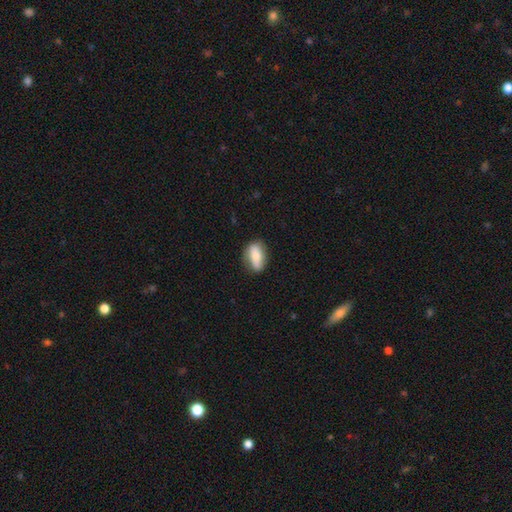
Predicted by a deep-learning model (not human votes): Smooth or featured?
  - smooth: 68% *
  - featured or disk: 25%
  - star or artifact: 7%
How rounded?
  - in between: 83% *
  - cigar-shaped: 11%
  - round: 7%
Merging?
  - none: 75% *
  - minor disturbance: 19%
  - major disturbance: 4%
  - merger: 2%